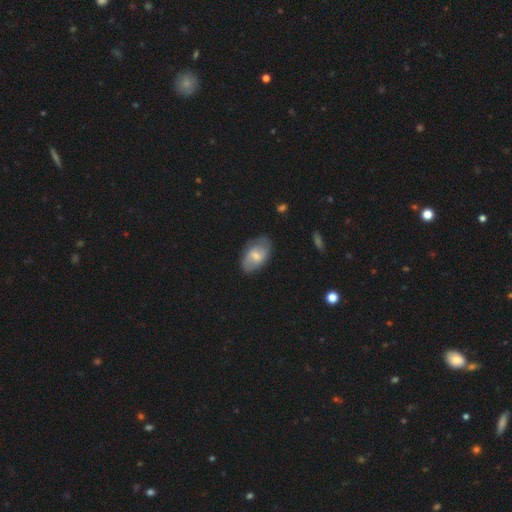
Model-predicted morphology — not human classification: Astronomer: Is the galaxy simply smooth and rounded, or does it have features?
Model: smooth — 51% (runner-up: featured or disk, 43%).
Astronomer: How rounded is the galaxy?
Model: in between — 90%.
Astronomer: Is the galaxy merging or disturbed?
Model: none — 73%.